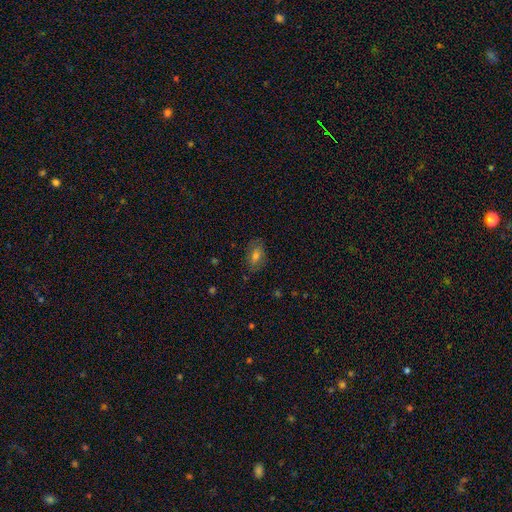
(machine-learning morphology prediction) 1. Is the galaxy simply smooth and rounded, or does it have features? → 66% smooth, 20% featured or disk, 14% star or artifact.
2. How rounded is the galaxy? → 84% in between, 13% round, 3% cigar-shaped.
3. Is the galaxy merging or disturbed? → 81% none, 14% minor disturbance, 4% major disturbance, 1% merger.